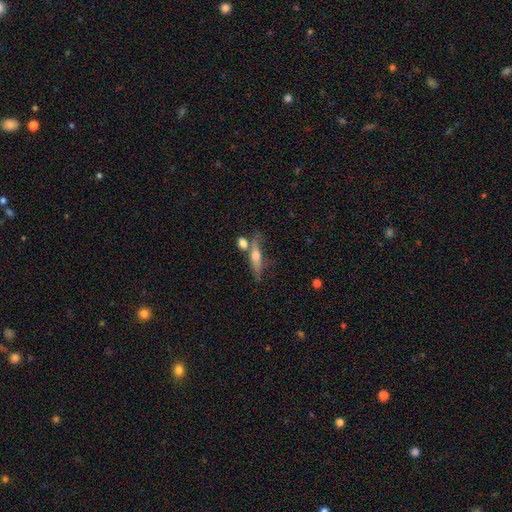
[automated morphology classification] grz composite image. It shows a featured or disk galaxy (52%) viewed edge-on (86%). Merging: none (51%).